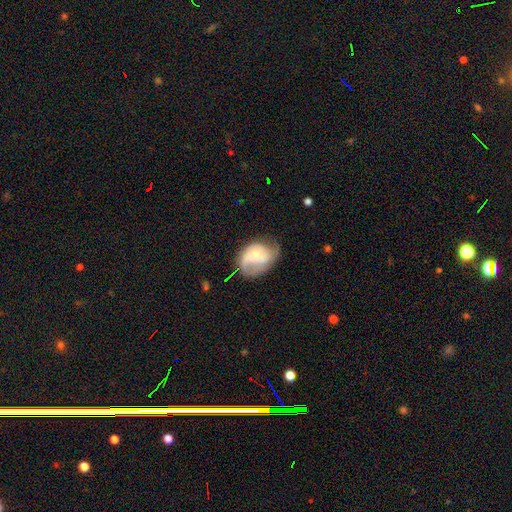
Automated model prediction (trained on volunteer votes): featured or disk 54%, smooth 38%, star or artifact 8%. Down the decision tree: edge-on disk — no (97%); bar — no (68%); spiral arms — yes (83%); bulge size — small (45%); merging — none (45%).